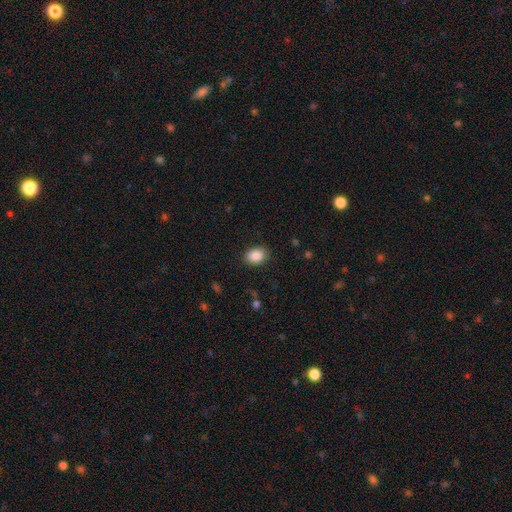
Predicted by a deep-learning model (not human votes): smooth 88%, star or artifact 8%, featured or disk 4%. Down the decision tree: how rounded — in between (65%); merging — none (87%).